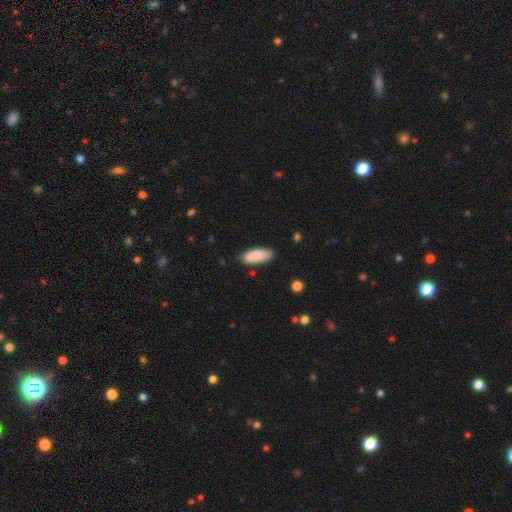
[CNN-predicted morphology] Smooth or featured? Predicted: smooth (p=0.88). How rounded? Predicted: in between (p=0.78). Merging? Predicted: none (p=0.81).